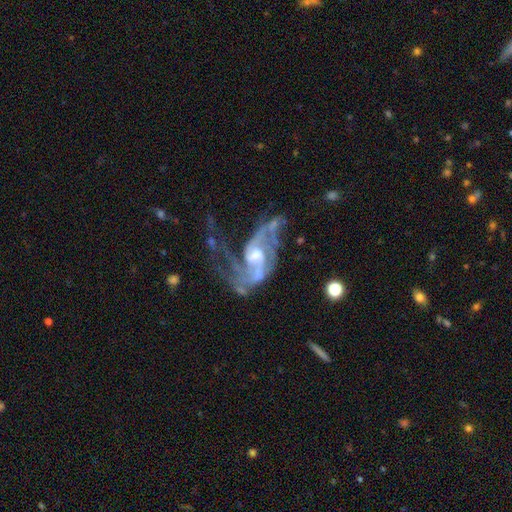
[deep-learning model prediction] This is clearly a featured or disk galaxy (89%). It is clearly not viewed edge-on (97%). Bar: possibly weak (47%). Spiral arm pattern: clearly yes (95%). Spiral arm count: possibly 2 (56%). Spiral winding: marginally medium (44%). Central bulge: possibly moderate (55%). Merging: marginally major disturbance (44%).